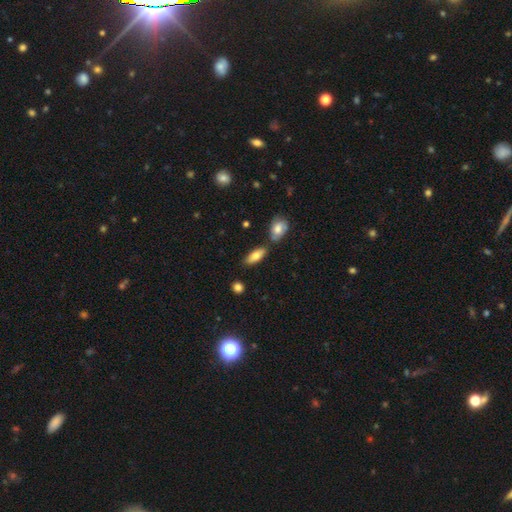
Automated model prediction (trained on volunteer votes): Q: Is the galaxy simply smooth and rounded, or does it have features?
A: smooth — 77%.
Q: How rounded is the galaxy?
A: in between — 75%.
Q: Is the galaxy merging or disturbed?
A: none — 71%.